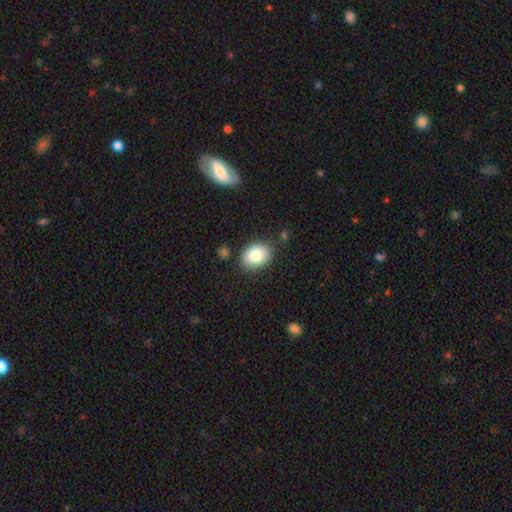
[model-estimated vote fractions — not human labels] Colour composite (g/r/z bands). It shows a smooth galaxy with no disk features (84%) that is in between round and cigar-shaped (69%). Merging: none (82%).